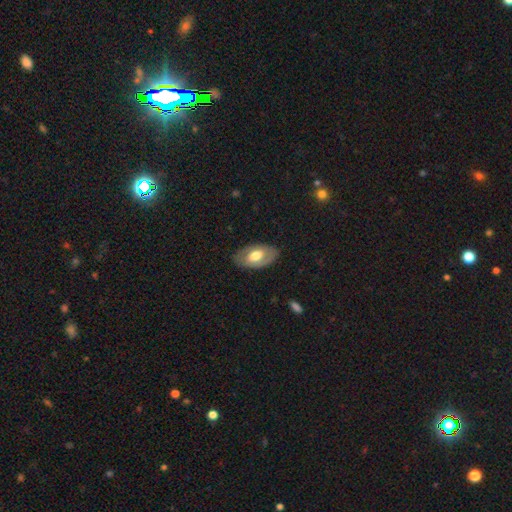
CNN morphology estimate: The model was most divided on "smooth or featured": smooth: 50%, featured or disk: 45%, star or artifact: 6%. More confident: merging — none (81%).